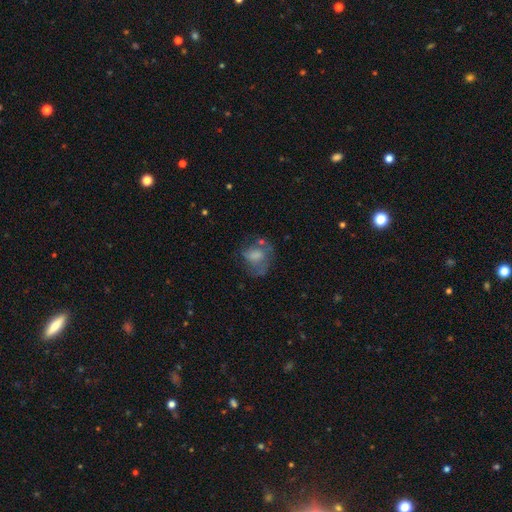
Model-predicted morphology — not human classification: A smooth galaxy with no disk features (50%) that is in between round and cigar-shaped (51%). Merging: none (39%).